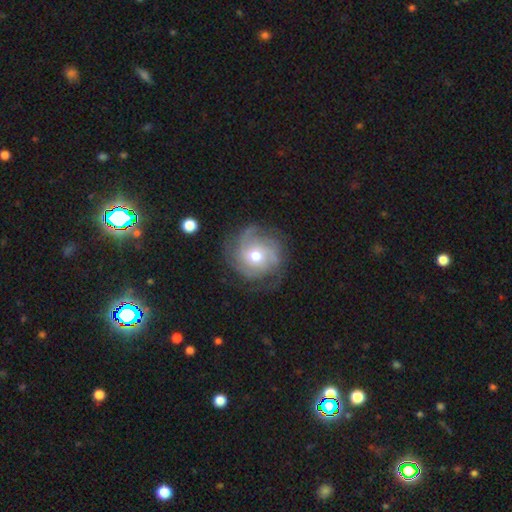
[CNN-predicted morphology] Smooth or featured? featured or disk (72%)
Edge-on disk? no (97%)
Bar? no (79%)
Spiral arms? yes (88%)
Spiral winding? tight (50%)
Spiral arm count? can't tell (31%)
Bulge size? moderate (73%)
Merging? none (68%)